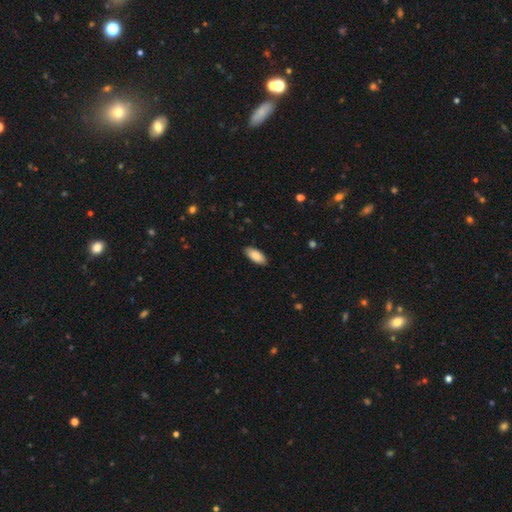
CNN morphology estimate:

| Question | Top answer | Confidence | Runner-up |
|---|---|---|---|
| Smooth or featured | smooth | 89% | star or artifact (6%) |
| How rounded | in between | 89% | cigar-shaped (9%) |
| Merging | none | 88% | minor disturbance (9%) |